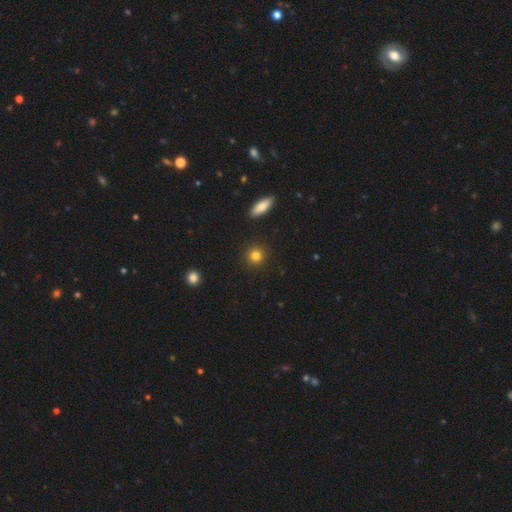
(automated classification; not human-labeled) Overall: smooth (84%). How rounded: round (90%). Merging: none (92%).